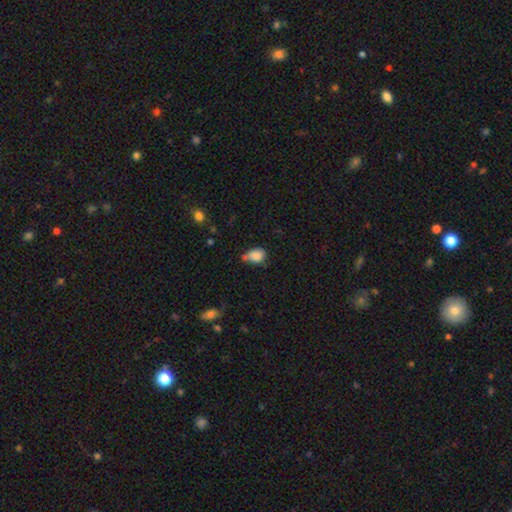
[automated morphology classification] Smooth or featured? smooth (84%)
How rounded? in between (66%)
Merging? none (44%)